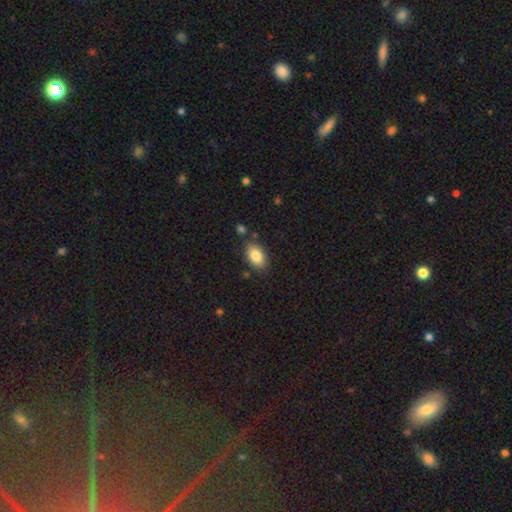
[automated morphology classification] Smooth or featured? smooth (85%)
How rounded? in between (91%)
Merging? none (80%)